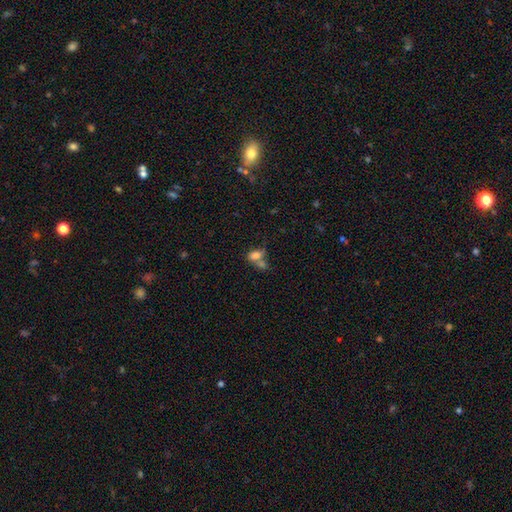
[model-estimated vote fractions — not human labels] Smooth or featured? Predicted: smooth (p=0.77). How rounded? Predicted: in between (p=0.84). Merging? Predicted: merger (p=0.55).